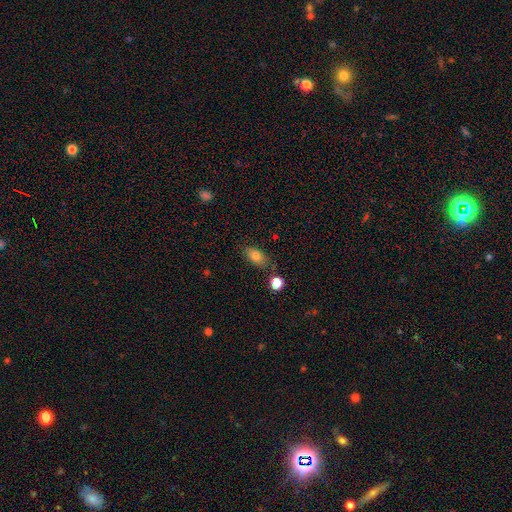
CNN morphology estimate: Smooth or featured?
  - smooth: 79% *
  - featured or disk: 12%
  - star or artifact: 9%
How rounded?
  - in between: 87% *
  - round: 10%
  - cigar-shaped: 4%
Merging?
  - none: 75% *
  - minor disturbance: 16%
  - merger: 5%
  - major disturbance: 4%